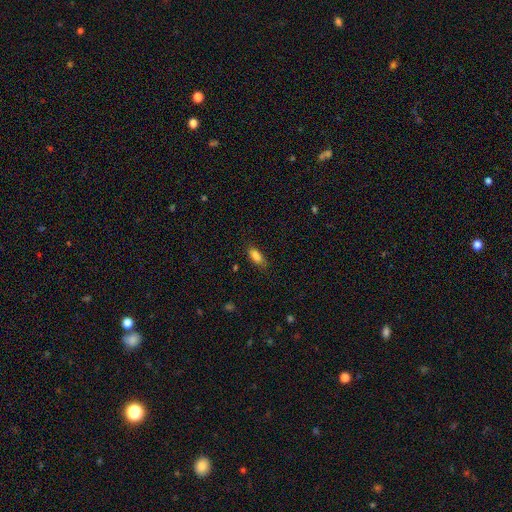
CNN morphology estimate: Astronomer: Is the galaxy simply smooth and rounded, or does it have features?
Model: smooth — 83%.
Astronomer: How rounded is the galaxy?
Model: in between — 81%.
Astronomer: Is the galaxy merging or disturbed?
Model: none — 79%.